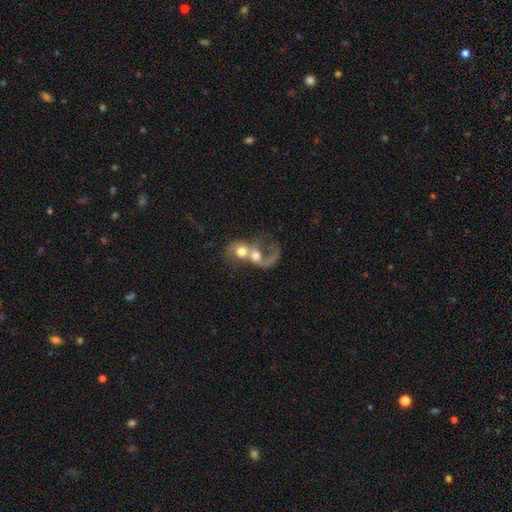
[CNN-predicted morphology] Smooth or featured: featured or disk — 50% (smooth — 41%)
Edge-on disk: no — 97% (yes — 3%)
Merging: merger — 81% (major disturbance — 10%)